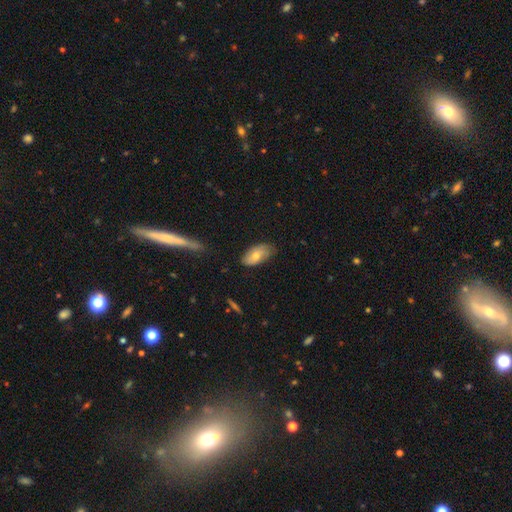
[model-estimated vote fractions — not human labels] smooth 66%, featured or disk 26%, star or artifact 7%. Down the decision tree: how rounded — in between (91%); merging — none (65%).